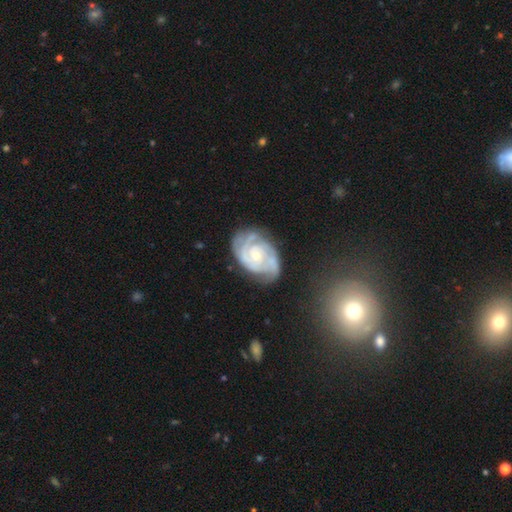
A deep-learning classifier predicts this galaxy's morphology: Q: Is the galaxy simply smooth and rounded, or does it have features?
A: featured or disk — 86%.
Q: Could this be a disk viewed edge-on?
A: no — 97%.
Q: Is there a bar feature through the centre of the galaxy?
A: no — 70%.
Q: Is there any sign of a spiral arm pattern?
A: yes — 96%.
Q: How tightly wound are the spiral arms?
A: tight — 68%.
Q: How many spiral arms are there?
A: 2 — 34%.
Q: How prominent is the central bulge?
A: small — 60%.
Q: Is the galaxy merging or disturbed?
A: none — 65%.